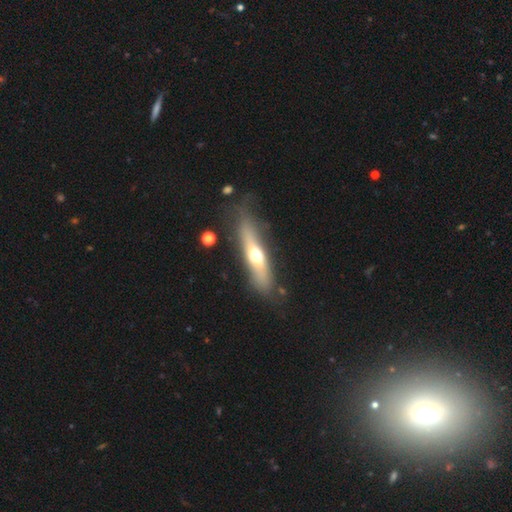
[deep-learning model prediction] Overall: smooth (46%, tied with featured or disk). Merging: none (71%).